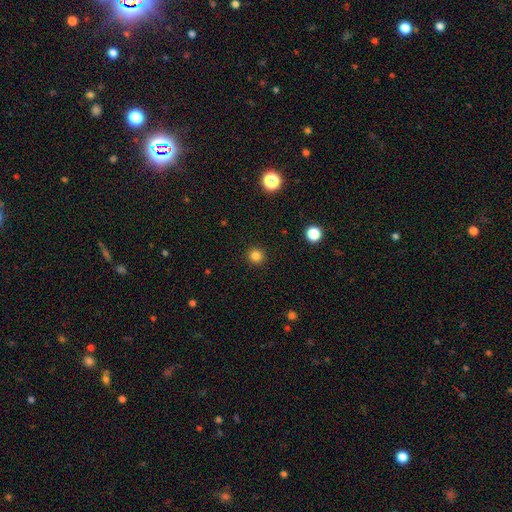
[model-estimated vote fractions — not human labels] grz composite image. It shows a smooth galaxy with no disk features (82%) that is round (94%). Merging: none (92%).